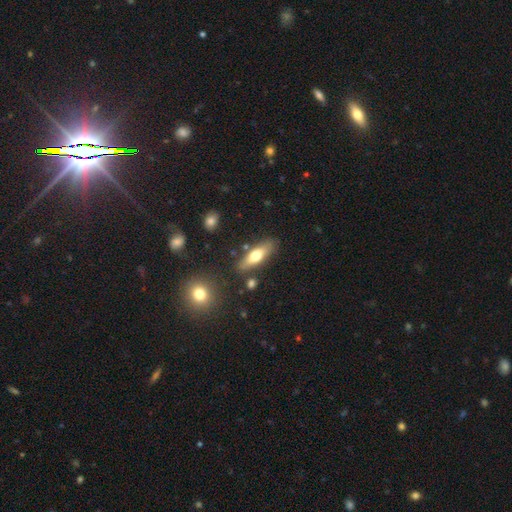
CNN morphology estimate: This is likely a smooth galaxy (62%). How rounded: possibly in between (52%). Merging: likely none (79%).